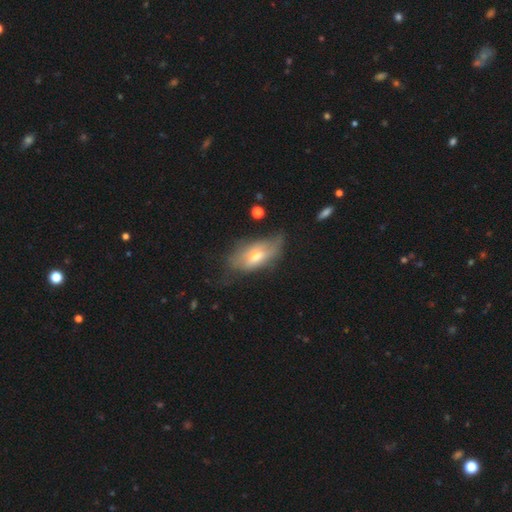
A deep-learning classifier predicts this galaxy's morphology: A smooth galaxy with no disk features (51%) that is in between round and cigar-shaped (87%). Merging: none (41%).